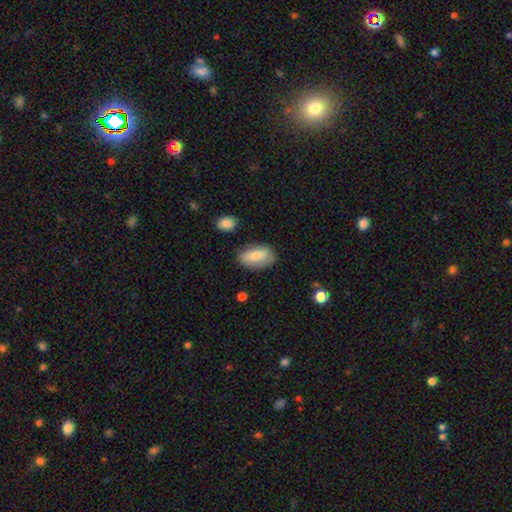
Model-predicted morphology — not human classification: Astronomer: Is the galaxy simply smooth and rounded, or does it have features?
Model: smooth — 78%.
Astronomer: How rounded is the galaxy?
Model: in between — 93%.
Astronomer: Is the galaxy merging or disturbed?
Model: none — 77%.